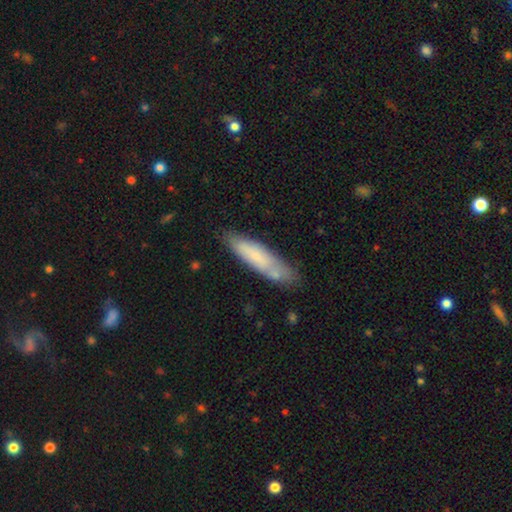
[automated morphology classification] type=smooth (73%); roundness=cigar-shaped (72%); merging=none (68%).